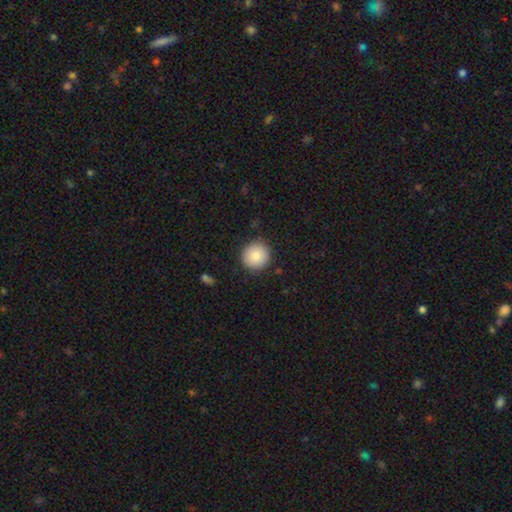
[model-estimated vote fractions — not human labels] A smooth galaxy with no disk features (84%) that is round (95%). Merging: none (90%).